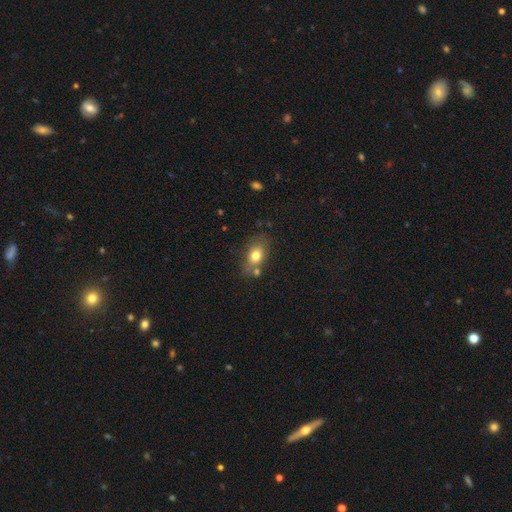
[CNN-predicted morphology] Q: Smooth or featured?
A: smooth (75%); runner-up: featured or disk (16%)
Q: How rounded?
A: in between (76%); runner-up: round (21%)
Q: Merging?
A: none (61%); runner-up: minor disturbance (18%)